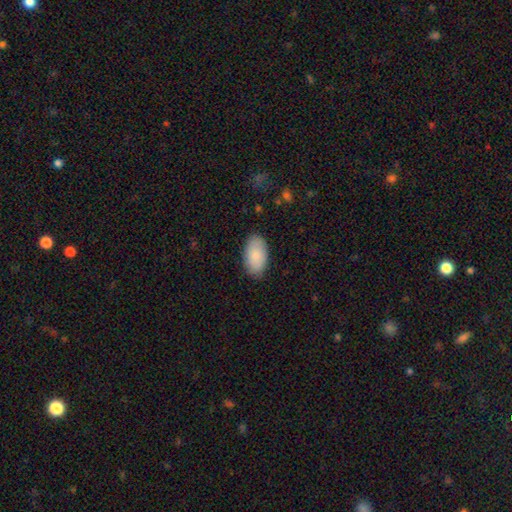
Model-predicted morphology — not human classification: A smooth galaxy with no disk features (86%) that is in between round and cigar-shaped (95%). Merging: none (84%).